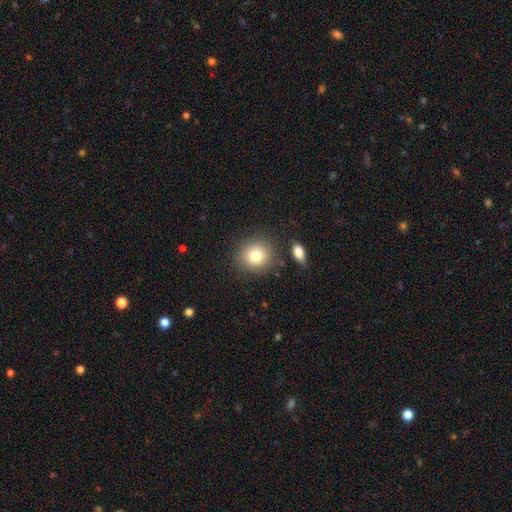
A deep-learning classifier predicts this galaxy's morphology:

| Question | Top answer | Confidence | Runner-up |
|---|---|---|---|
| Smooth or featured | smooth | 81% | star or artifact (10%) |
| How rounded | round | 84% | in between (15%) |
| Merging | none | 82% | minor disturbance (9%) |